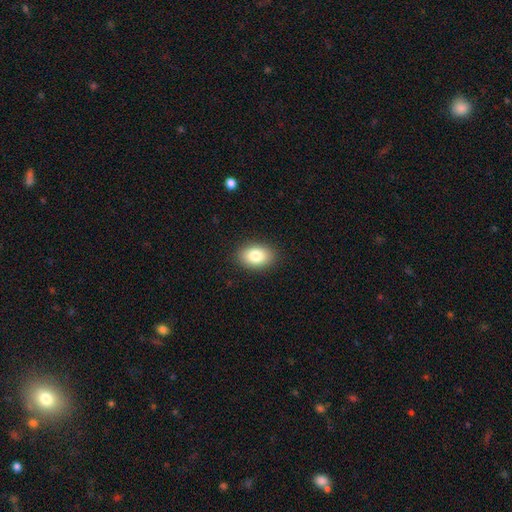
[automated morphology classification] smooth_or_featured: smooth (p=0.84) [alt: featured or disk p=0.08]
how_rounded: in between (p=0.85) [alt: round p=0.14]
merging: none (p=0.89) [alt: minor disturbance p=0.08]